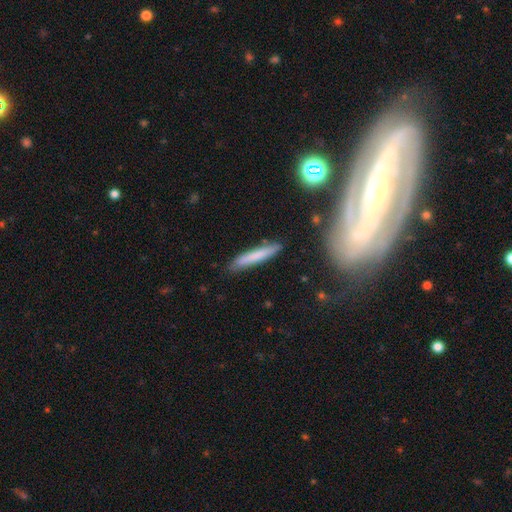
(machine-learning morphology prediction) smooth_or_featured: smooth (p=0.73) [alt: featured or disk p=0.20]
how_rounded: cigar-shaped (p=0.94) [alt: in between p=0.05]
merging: none (p=0.87) [alt: minor disturbance p=0.10]